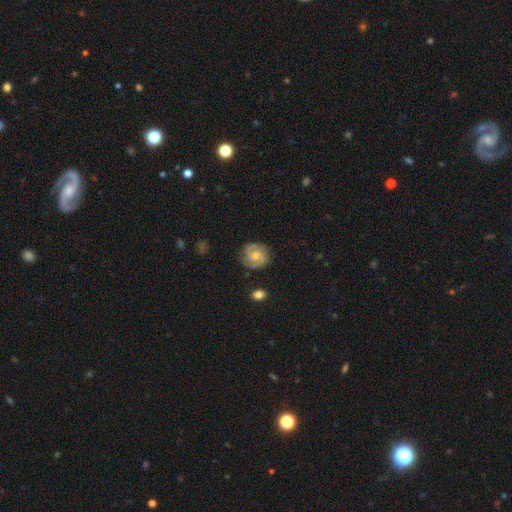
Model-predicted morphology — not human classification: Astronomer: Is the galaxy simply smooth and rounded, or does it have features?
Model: featured or disk — 64%.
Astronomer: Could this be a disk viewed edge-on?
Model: no — 98%.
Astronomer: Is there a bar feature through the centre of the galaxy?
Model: no — 66%.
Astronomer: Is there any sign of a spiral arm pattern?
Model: yes — 90%.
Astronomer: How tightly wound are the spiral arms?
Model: tight — 47% (runner-up: medium, 41%).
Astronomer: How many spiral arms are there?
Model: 2 — 77%.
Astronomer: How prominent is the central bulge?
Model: moderate — 64%.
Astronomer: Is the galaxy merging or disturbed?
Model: none — 80%.